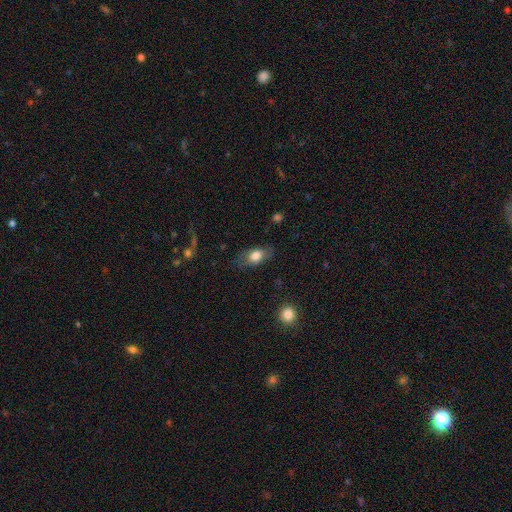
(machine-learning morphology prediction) smooth_or_featured: smooth (p=0.74) [alt: featured or disk p=0.19]
how_rounded: in between (p=0.84) [alt: round p=0.10]
merging: none (p=0.76) [alt: minor disturbance p=0.17]